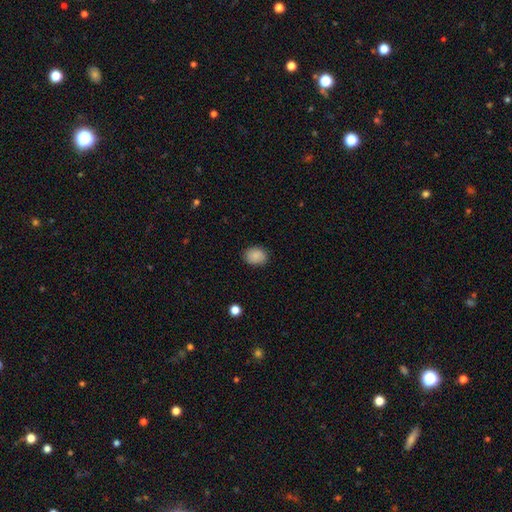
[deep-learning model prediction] Smooth or featured?
  - smooth: 88% *
  - star or artifact: 8%
  - featured or disk: 4%
How rounded?
  - in between: 56% *
  - round: 43%
  - cigar-shaped: 1%
Merging?
  - none: 85% *
  - minor disturbance: 11%
  - major disturbance: 3%
  - merger: 1%